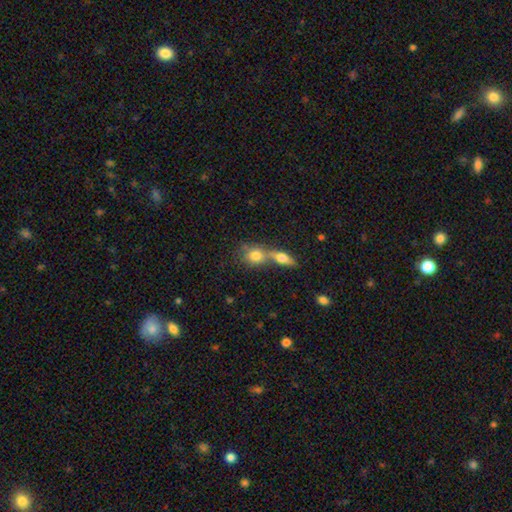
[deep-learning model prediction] A smooth galaxy with no disk features (75%) that is round (54%).

Vote fractions:
- Smooth or featured? smooth: 75% / featured or disk: 17% / star or artifact: 8%
- How rounded? round: 54% / in between: 41% / cigar-shaped: 5%
- Merging? merger: 61% / none: 28% / minor disturbance: 7% / major disturbance: 4%